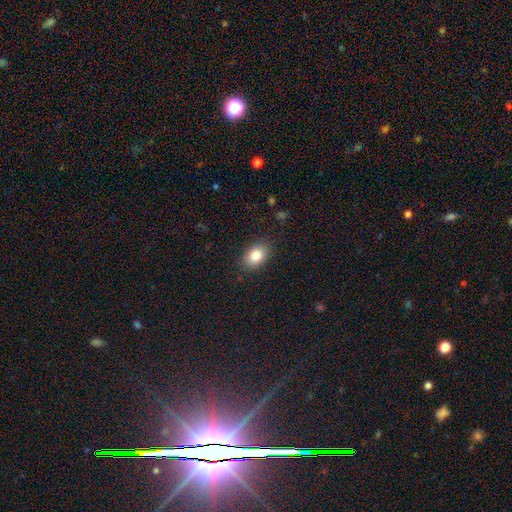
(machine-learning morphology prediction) Q: Smooth or featured?
A: smooth (84%); runner-up: star or artifact (8%)
Q: How rounded?
A: in between (84%); runner-up: round (15%)
Q: Merging?
A: none (86%); runner-up: minor disturbance (10%)